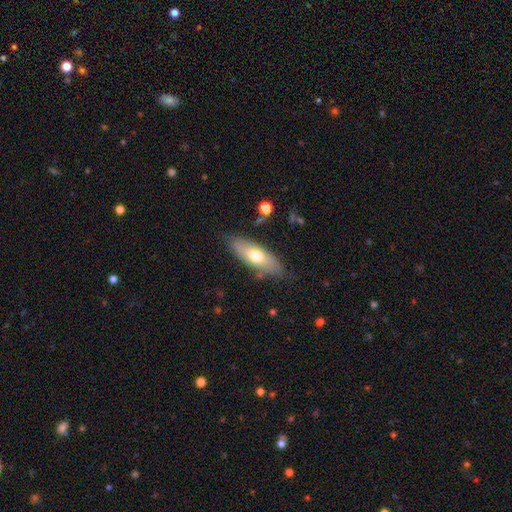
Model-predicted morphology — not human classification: smooth_or_featured: smooth (p=0.62) [alt: featured or disk p=0.32]
how_rounded: in between (p=0.69) [alt: cigar-shaped p=0.28]
merging: none (p=0.78) [alt: minor disturbance p=0.16]